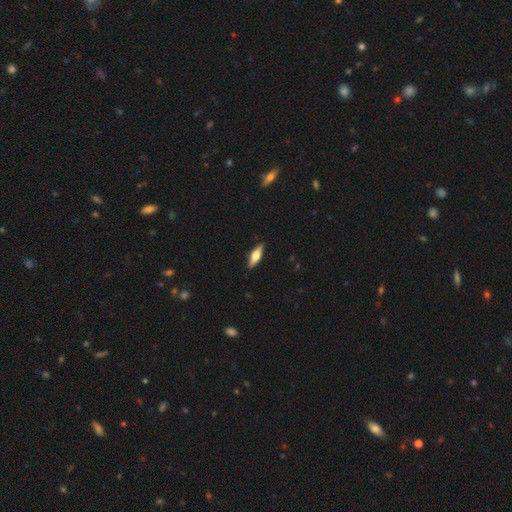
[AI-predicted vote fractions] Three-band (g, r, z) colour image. It shows a featured or disk galaxy (48%). Merging: none (89%).